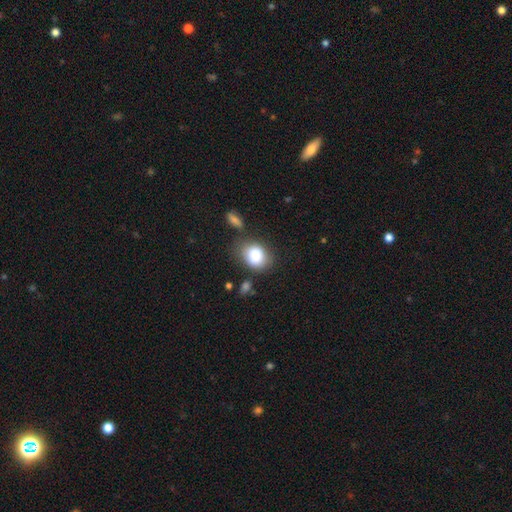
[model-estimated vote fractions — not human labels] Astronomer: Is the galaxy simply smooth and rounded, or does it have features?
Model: smooth — 85%.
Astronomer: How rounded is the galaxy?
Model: in between — 52% (runner-up: round, 46%).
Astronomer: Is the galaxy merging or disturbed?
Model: none — 59%.